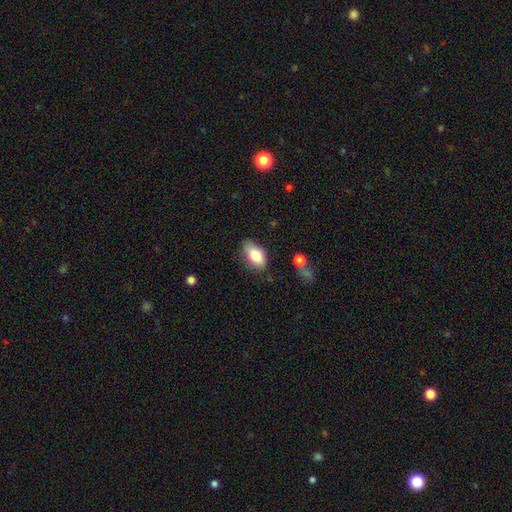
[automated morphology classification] This appears to be a smooth galaxy with no disk features (81%) that is in between round and cigar-shaped (92%). Merging: none (70%).